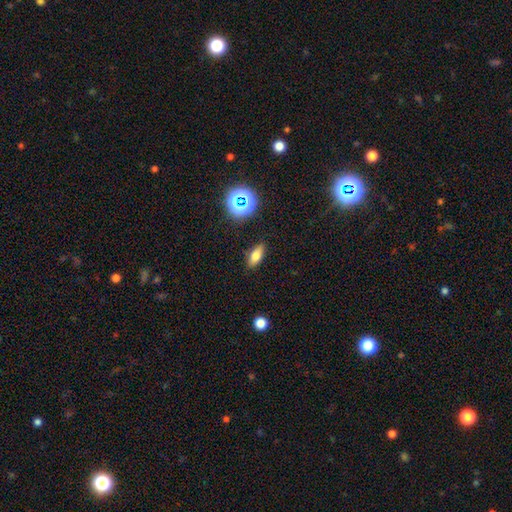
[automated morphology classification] This appears to be a smooth galaxy with no disk features (70%) that is in between round and cigar-shaped (74%). Merging: none (87%).